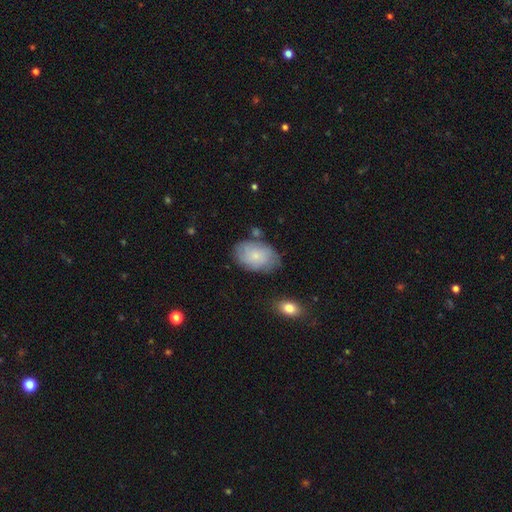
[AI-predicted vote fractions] Q: Smooth or featured?
A: smooth (62%); runner-up: featured or disk (31%)
Q: How rounded?
A: in between (87%); runner-up: round (12%)
Q: Merging?
A: none (70%); runner-up: minor disturbance (21%)